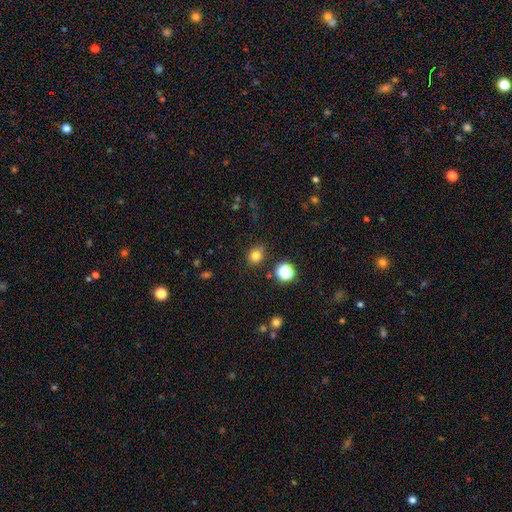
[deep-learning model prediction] Smooth or featured?
  - smooth: 80% *
  - star or artifact: 15%
  - featured or disk: 6%
How rounded?
  - round: 73% *
  - in between: 26%
  - cigar-shaped: 1%
Merging?
  - none: 84% *
  - minor disturbance: 10%
  - major disturbance: 3%
  - merger: 3%